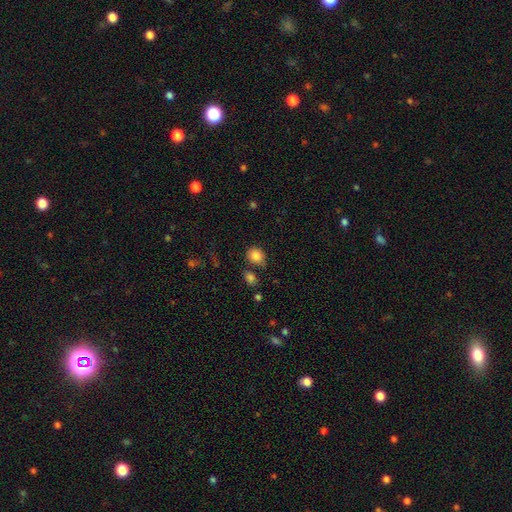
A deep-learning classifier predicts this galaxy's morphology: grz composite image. It shows a smooth galaxy with no disk features (85%) that is round (64%). Merging: none (61%).